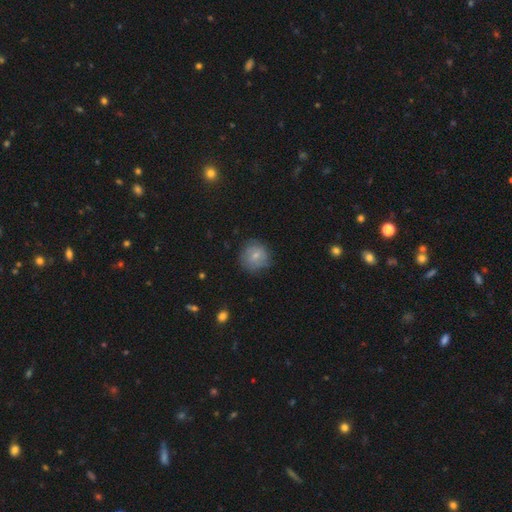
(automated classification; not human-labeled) The model was most divided on "smooth or featured": smooth: 70%, featured or disk: 22%, star or artifact: 8%. More confident: how rounded — round (89%); merging — none (76%).